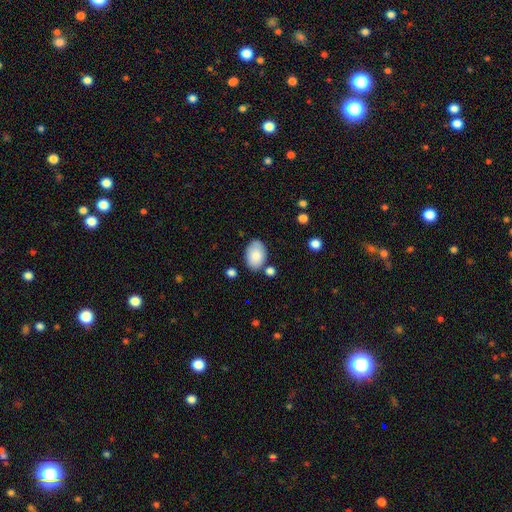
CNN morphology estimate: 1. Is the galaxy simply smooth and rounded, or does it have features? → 85% smooth, 9% featured or disk, 6% star or artifact.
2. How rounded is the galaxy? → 90% in between, 9% round, 1% cigar-shaped.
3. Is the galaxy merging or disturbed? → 75% none, 16% minor disturbance, 6% merger, 4% major disturbance.